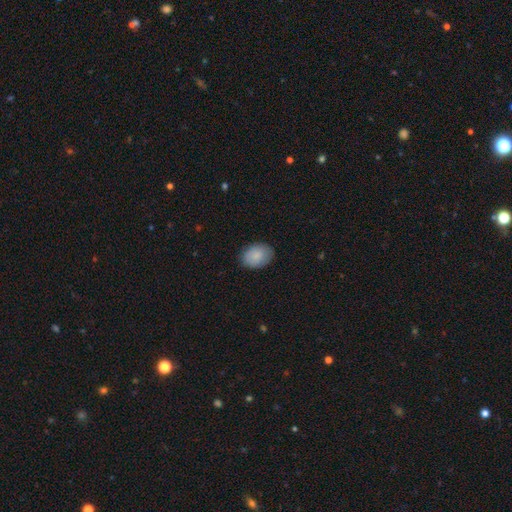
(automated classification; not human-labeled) Smooth or featured? Predicted: smooth (p=0.87). How rounded? Predicted: in between (p=0.74). Merging? Predicted: none (p=0.85).